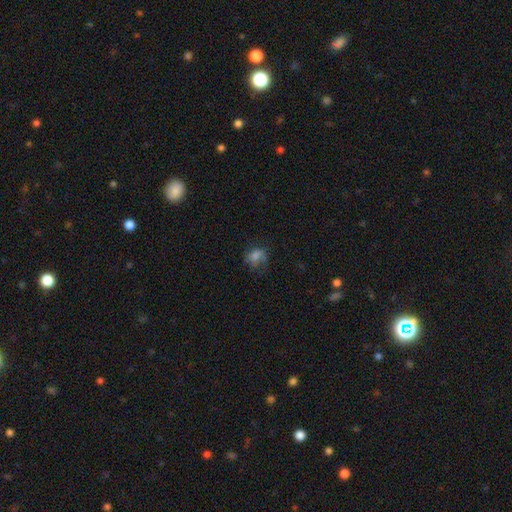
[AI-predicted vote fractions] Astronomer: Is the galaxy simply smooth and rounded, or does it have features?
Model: smooth — 59%.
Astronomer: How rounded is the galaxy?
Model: in between — 54% (runner-up: round, 45%).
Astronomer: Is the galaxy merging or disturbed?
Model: none — 44% (runner-up: major disturbance, 29%).